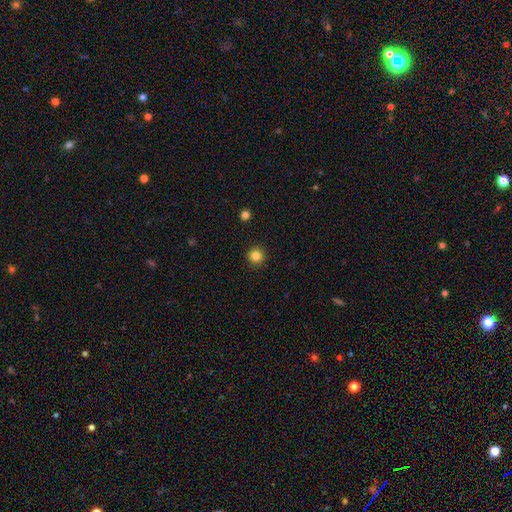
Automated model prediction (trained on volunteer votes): A smooth galaxy with no disk features (84%) that is round (94%). Merging: none (92%).